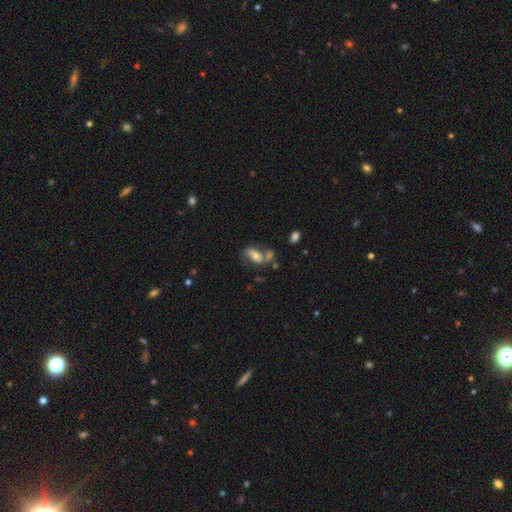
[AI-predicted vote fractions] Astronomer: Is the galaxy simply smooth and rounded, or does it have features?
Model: smooth — 50% (runner-up: featured or disk, 41%).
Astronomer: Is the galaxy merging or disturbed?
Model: none — 43% (runner-up: merger, 23%).